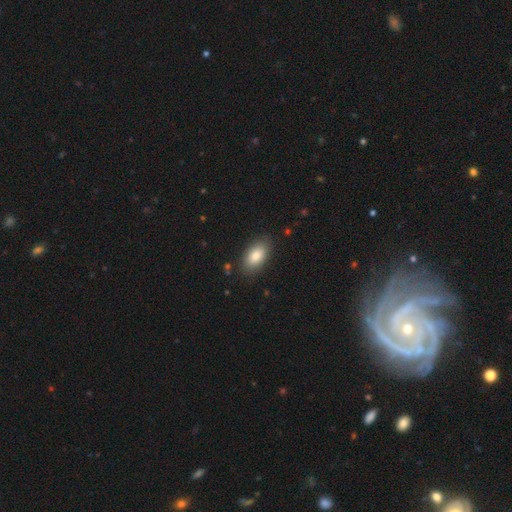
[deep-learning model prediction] The model was most divided on "merging": none: 86%, minor disturbance: 10%, major disturbance: 3%, merger: 1%. More confident: how rounded — in between (93%); smooth or featured — smooth (84%).